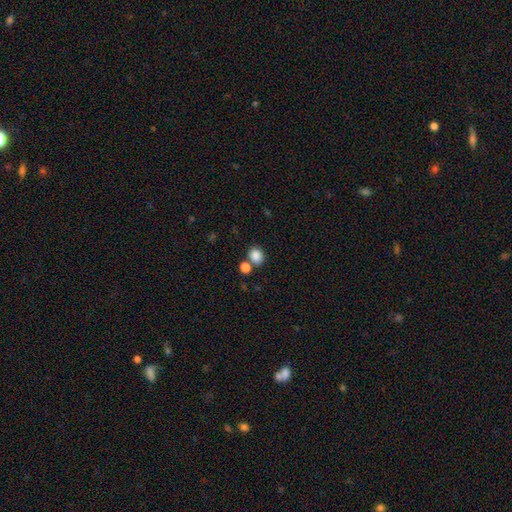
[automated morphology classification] Smooth or featured?
  - smooth: 86% *
  - star or artifact: 10%
  - featured or disk: 4%
How rounded?
  - round: 64% *
  - in between: 35%
  - cigar-shaped: 1%
Merging?
  - none: 67% *
  - merger: 20%
  - minor disturbance: 10%
  - major disturbance: 4%